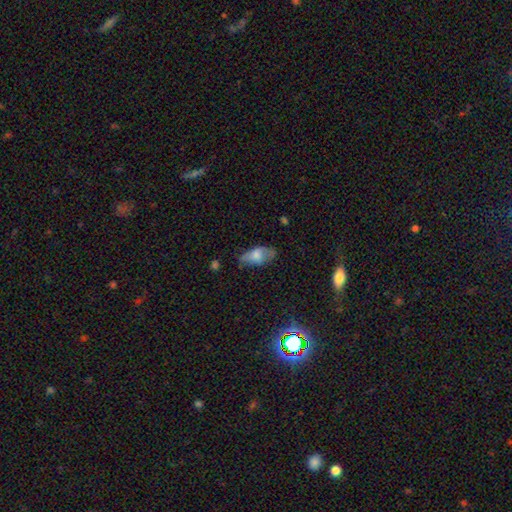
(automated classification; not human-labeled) smooth-or-featured: smooth: 67% | featured or disk: 24% | star or artifact: 8%
  how-rounded: in between: 88% | cigar-shaped: 8% | round: 4%
  merging: none: 55% | minor disturbance: 32% | major disturbance: 11% | merger: 2%